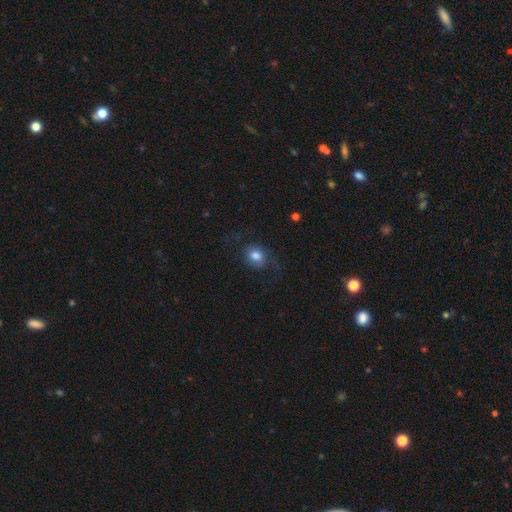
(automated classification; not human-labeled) Smooth or featured: smooth — 74% (featured or disk — 17%)
How rounded: round — 58% (in between — 41%)
Merging: none — 62% (minor disturbance — 19%)